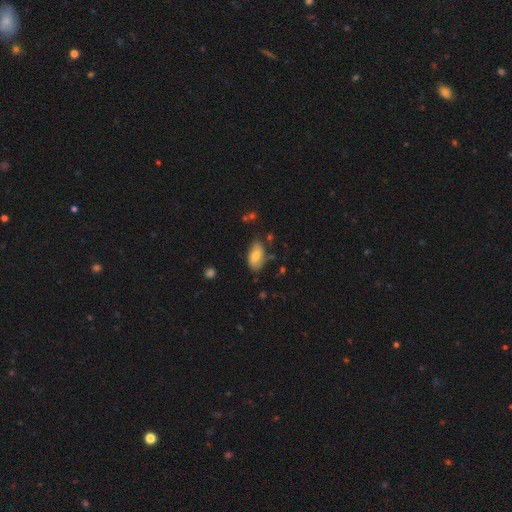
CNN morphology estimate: This is likely a smooth galaxy (72%). How rounded: clearly in between (92%). Merging: likely none (67%).